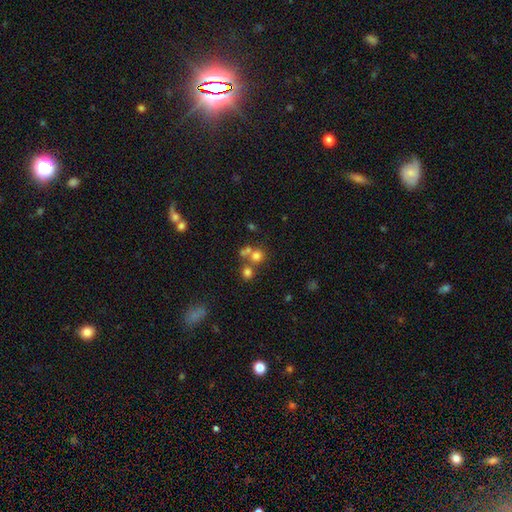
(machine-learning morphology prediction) smooth_or_featured: smooth (p=0.68) [alt: star or artifact p=0.19]
how_rounded: round (p=0.88) [alt: in between p=0.11]
merging: none (p=0.53) [alt: merger p=0.36]